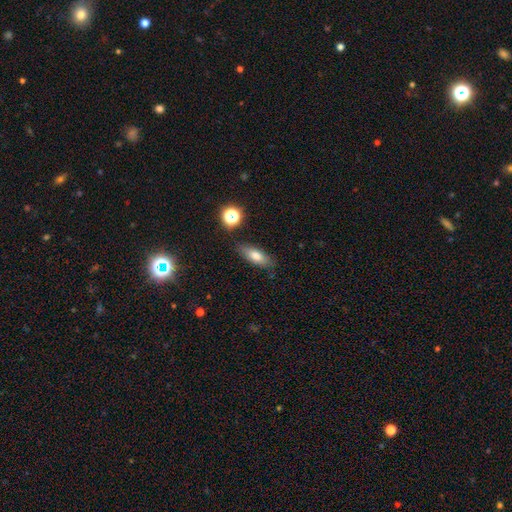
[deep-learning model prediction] Morphology: type=smooth (74%); roundness=in between (66%); merging=none (82%).